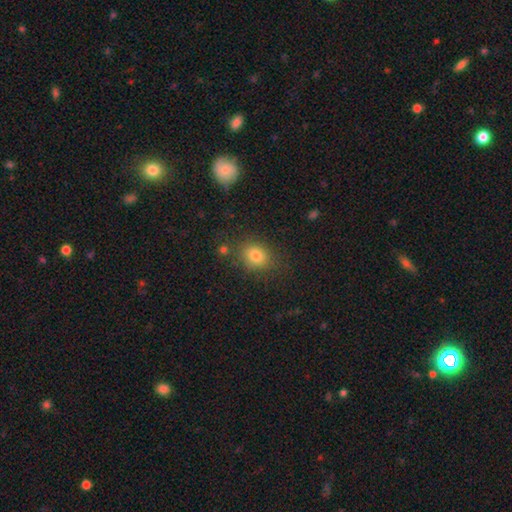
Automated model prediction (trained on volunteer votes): This is clearly a smooth galaxy (80%). How rounded: possibly round (53%). Merging: likely none (79%).